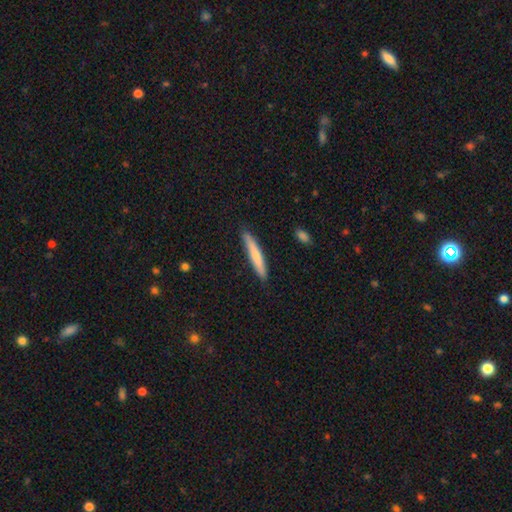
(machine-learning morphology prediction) Q: Smooth or featured?
A: smooth (70%); runner-up: featured or disk (25%)
Q: How rounded?
A: cigar-shaped (94%); runner-up: in between (4%)
Q: Merging?
A: none (87%); runner-up: minor disturbance (10%)